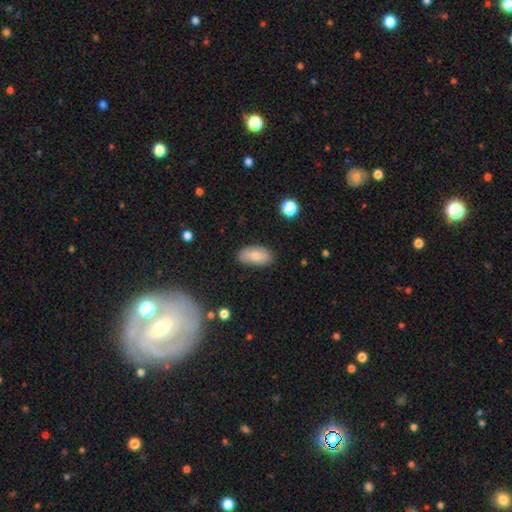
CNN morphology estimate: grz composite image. It shows a smooth galaxy with no disk features (74%) that is in between round and cigar-shaped (93%). Merging: none (84%).